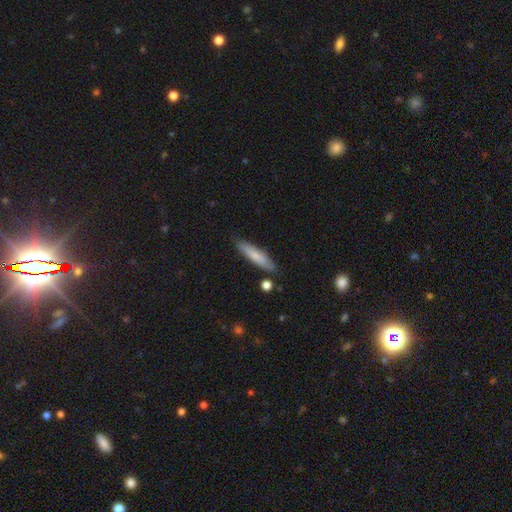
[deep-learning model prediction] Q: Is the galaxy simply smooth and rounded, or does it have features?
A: smooth — 72%.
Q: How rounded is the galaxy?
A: cigar-shaped — 80%.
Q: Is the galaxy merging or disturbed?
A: none — 80%.